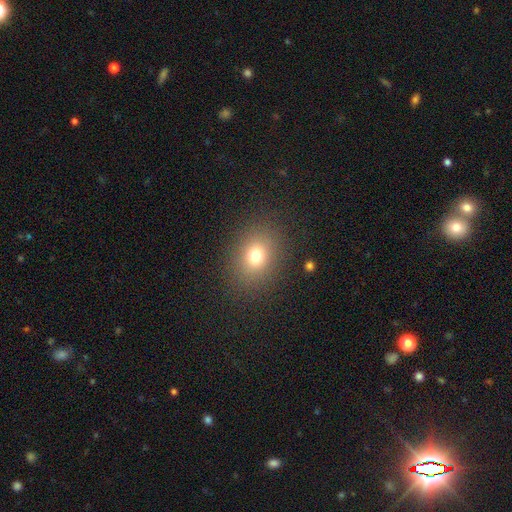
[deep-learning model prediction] Smooth or featured: smooth — 74% (star or artifact — 16%)
How rounded: in between — 50% (round — 49%)
Merging: none — 86% (minor disturbance — 8%)